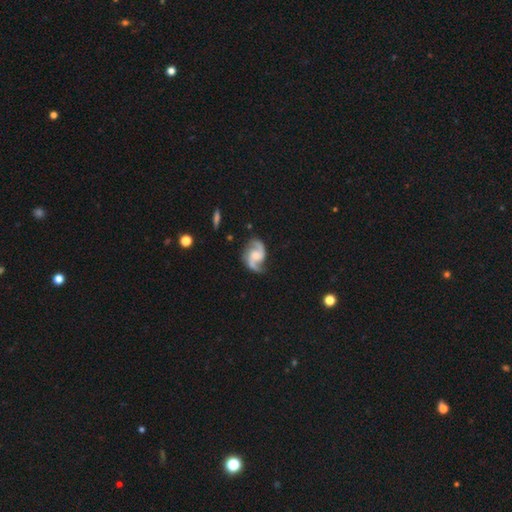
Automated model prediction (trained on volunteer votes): Smooth or featured? featured or disk (91%)
Edge-on disk? no (98%)
Bar? no (50%)
Spiral arms? yes (98%)
Spiral winding? medium (51%)
Spiral arm count? 2 (94%)
Bulge size? none (31%)
Merging? none (76%)